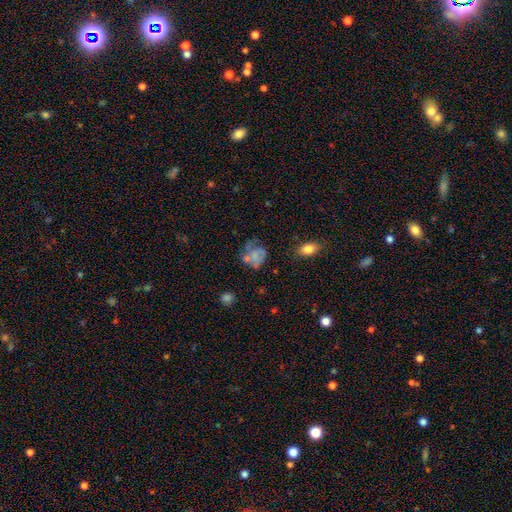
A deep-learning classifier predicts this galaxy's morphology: Overall: smooth (50%; featured or disk 38%). Merging: none (35%; major disturbance 28%).